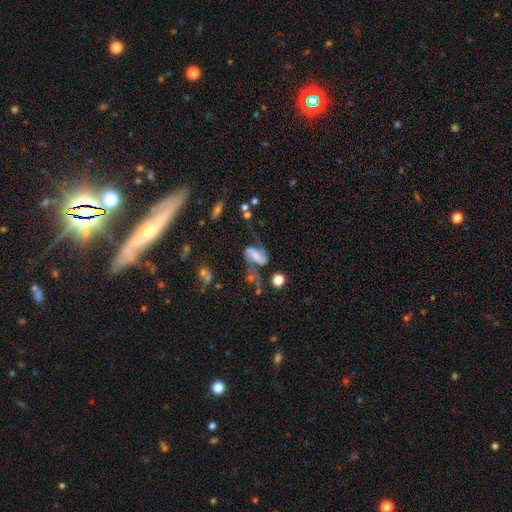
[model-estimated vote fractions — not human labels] smooth-or-featured: featured or disk: 75% | smooth: 16% | star or artifact: 9%
  disk-edge-on: no: 96% | yes: 4%
    bar: weak: 39% | strong: 35% | no: 27%
    has-spiral-arms: yes: 92% | no: 8%
      spiral-winding: loose: 60% | medium: 32% | tight: 9%
      spiral-arm-count: 2: 89% | 1: 5% | can't tell: 3% | 3: 1% | 4: 1% | more than 4: 1%
    bulge-size: none: 37% | small: 26% | moderate: 22% | large: 13% | dominant: 3%
  merging: none: 44% | major disturbance: 25% | minor disturbance: 20% | merger: 11%